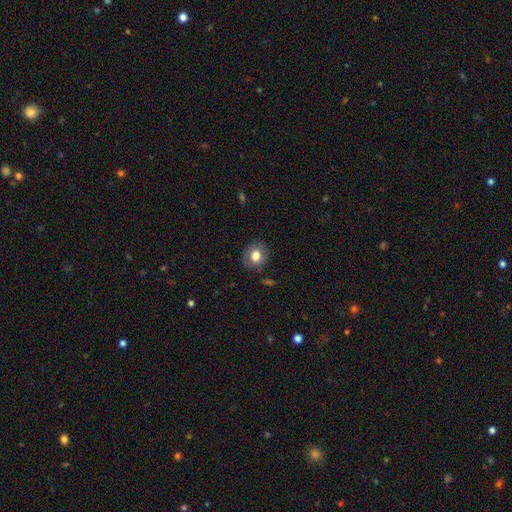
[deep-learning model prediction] Smooth or featured?
  - smooth: 75% *
  - featured or disk: 16%
  - star or artifact: 9%
How rounded?
  - round: 78% *
  - in between: 21%
  - cigar-shaped: 1%
Merging?
  - none: 85% *
  - minor disturbance: 11%
  - major disturbance: 3%
  - merger: 1%